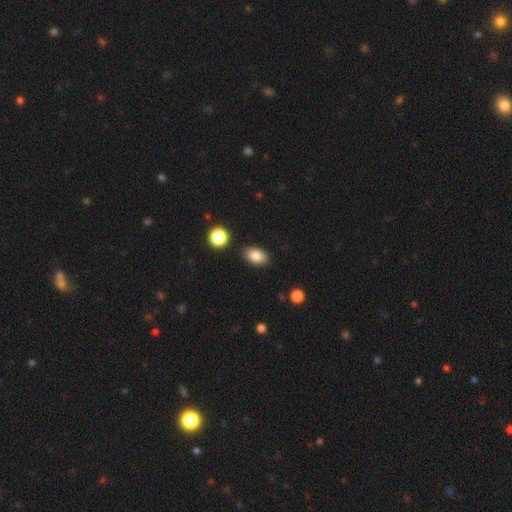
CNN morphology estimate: This is clearly a smooth galaxy (85%). How rounded: clearly in between (89%). Merging: clearly none (87%).